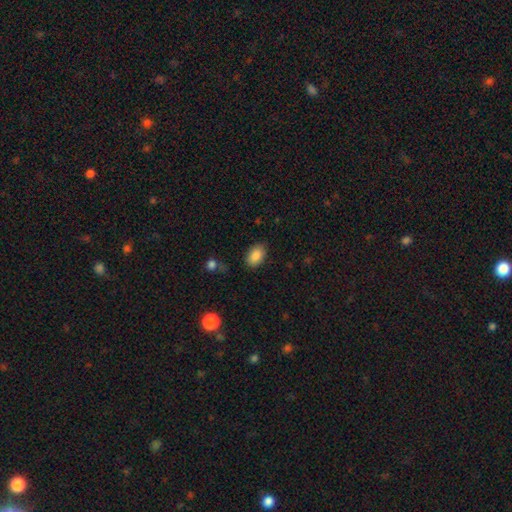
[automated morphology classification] Smooth or featured: smooth — 87% (star or artifact — 8%)
How rounded: in between — 87% (round — 12%)
Merging: none — 84% (minor disturbance — 11%)